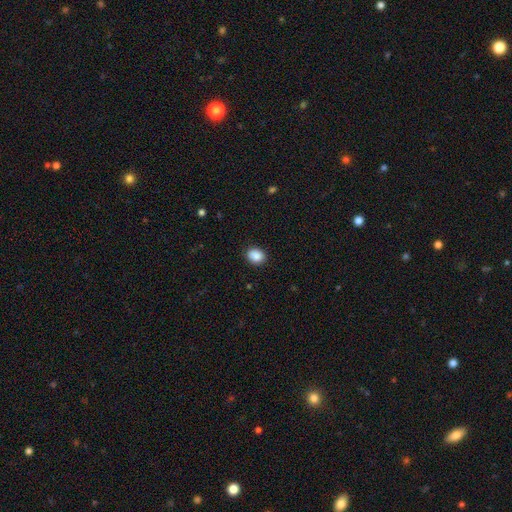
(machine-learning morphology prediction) A smooth galaxy with no disk features (89%) that is in between round and cigar-shaped (56%).

Vote fractions:
- Smooth or featured? smooth: 89% / star or artifact: 8% / featured or disk: 3%
- How rounded? in between: 56% / round: 43% / cigar-shaped: 1%
- Merging? none: 88% / minor disturbance: 9% / major disturbance: 2% / merger: 1%